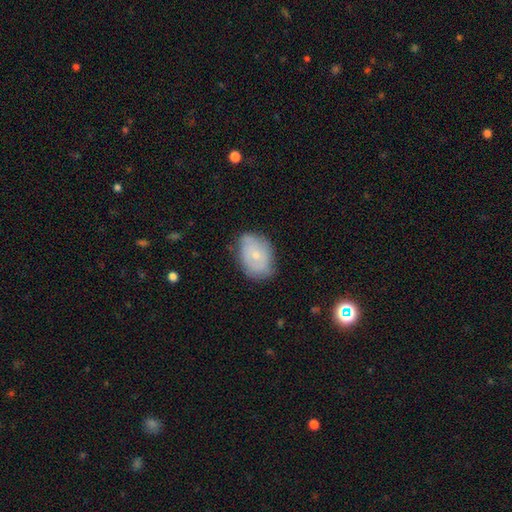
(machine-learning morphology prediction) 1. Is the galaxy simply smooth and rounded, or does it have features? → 51% smooth, 41% featured or disk, 7% star or artifact.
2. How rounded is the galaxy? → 79% in between, 20% round, 1% cigar-shaped.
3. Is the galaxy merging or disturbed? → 64% none, 28% minor disturbance, 6% major disturbance, 2% merger.